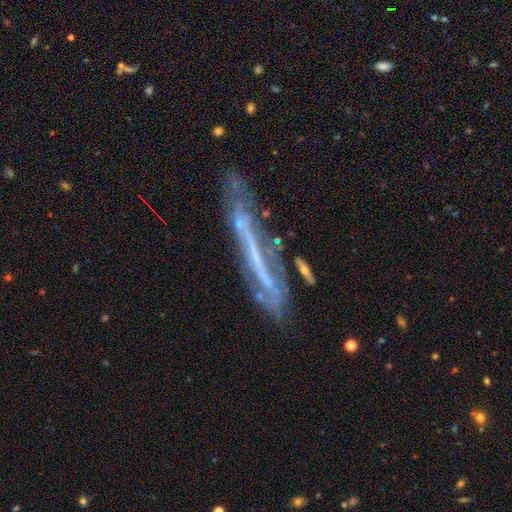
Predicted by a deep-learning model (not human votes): The model was most divided on "merging": none: 48%, minor disturbance: 22%, major disturbance: 20%, merger: 10%. More confident: edge-on disk — yes (68%); smooth or featured — featured or disk (65%).